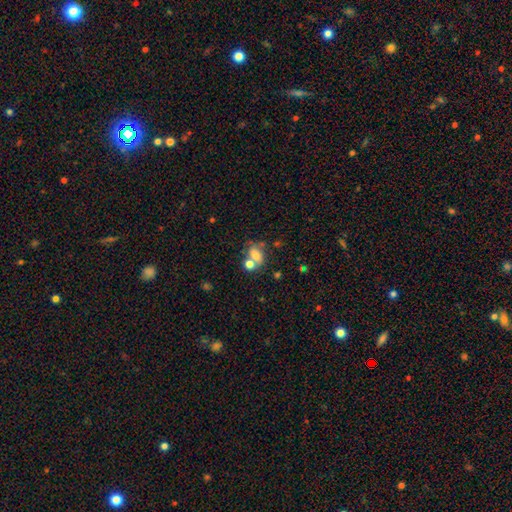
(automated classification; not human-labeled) The model was most divided on "merging": merger: 41%, none: 36%, minor disturbance: 15%, major disturbance: 8%. More confident: how rounded — in between (71%); smooth or featured — smooth (68%).